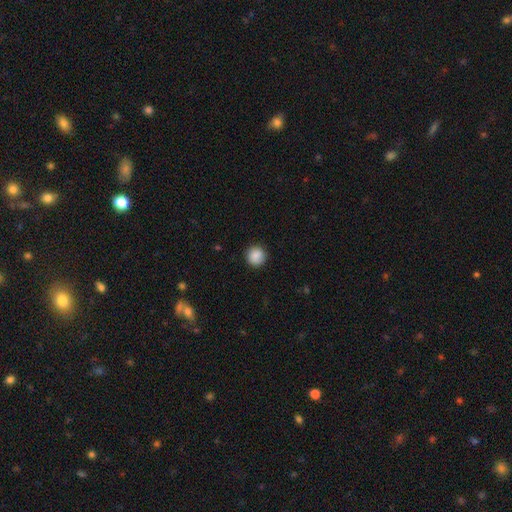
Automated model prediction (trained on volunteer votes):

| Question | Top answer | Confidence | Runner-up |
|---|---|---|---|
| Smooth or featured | smooth | 88% | star or artifact (8%) |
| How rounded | round | 94% | in between (5%) |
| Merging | none | 90% | minor disturbance (7%) |